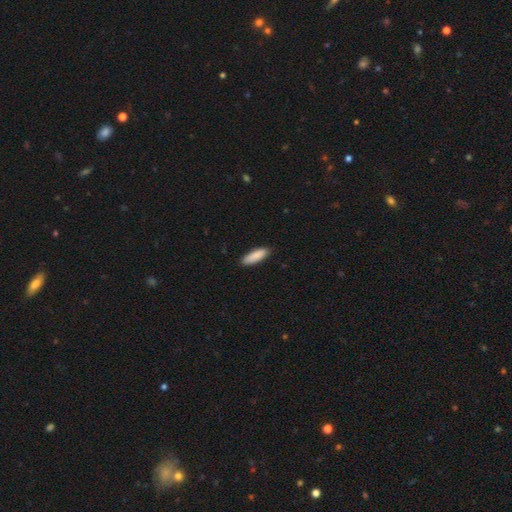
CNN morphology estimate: smooth-or-featured: smooth: 89% | featured or disk: 6% | star or artifact: 5%
  how-rounded: cigar-shaped: 51% | in between: 48% | round: 1%
  merging: none: 88% | minor disturbance: 10% | major disturbance: 2% | merger: 1%